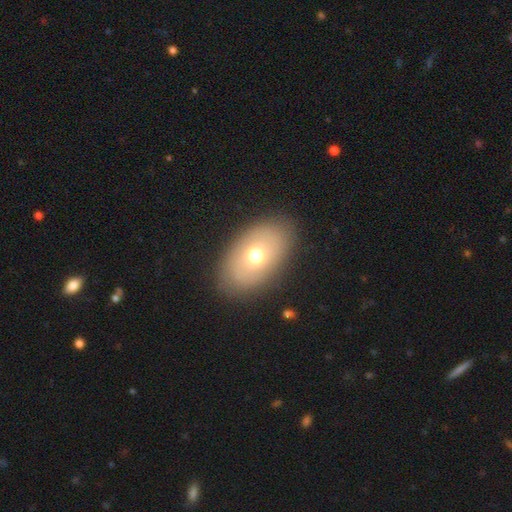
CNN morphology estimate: smooth 64%, featured or disk 27%, star or artifact 9%. Down the decision tree: how rounded — in between (89%); merging — none (85%).